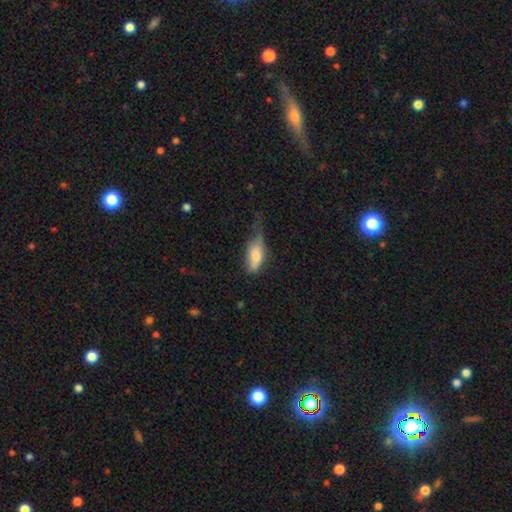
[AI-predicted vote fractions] Smooth or featured? Predicted: smooth (p=0.73). How rounded? Predicted: in between (p=0.76). Merging? Predicted: minor disturbance (p=0.44).